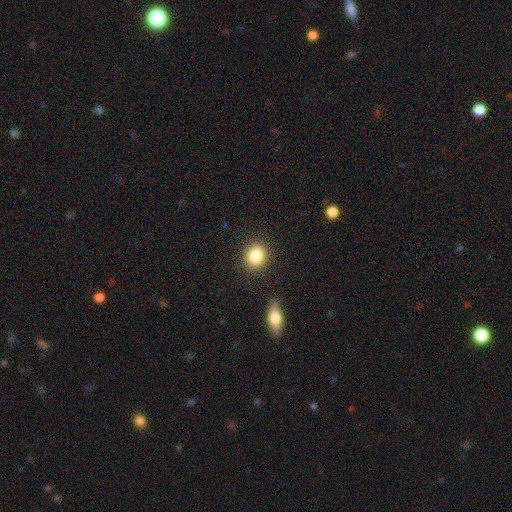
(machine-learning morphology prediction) A smooth galaxy with no disk features (85%) that is round (77%).

Vote fractions:
- Smooth or featured? smooth: 85% / star or artifact: 9% / featured or disk: 6%
- How rounded? round: 77% / in between: 22% / cigar-shaped: 1%
- Merging? none: 87% / minor disturbance: 8% / major disturbance: 3% / merger: 2%